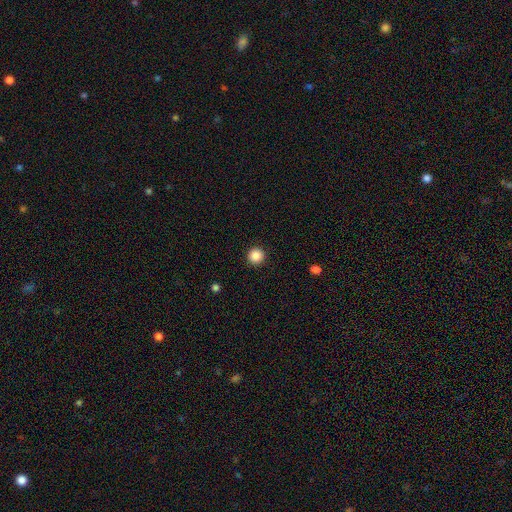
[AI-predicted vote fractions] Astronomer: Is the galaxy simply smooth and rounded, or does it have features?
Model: smooth — 87%.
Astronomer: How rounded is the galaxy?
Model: round — 96%.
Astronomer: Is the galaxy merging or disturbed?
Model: none — 92%.